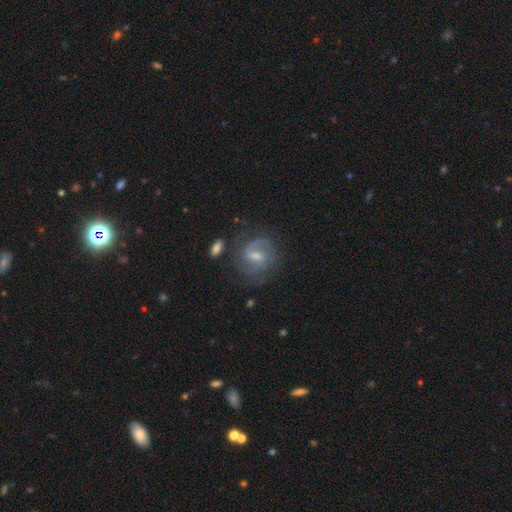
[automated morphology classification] This is likely a featured or disk galaxy (77%). It is clearly not viewed edge-on (97%). Bar: possibly weak (59%). Spiral arm pattern: clearly yes (90%). Spiral arm count: likely 2 (61%). Spiral winding: possibly medium (46%). Central bulge: possibly moderate (46%). Merging: likely none (65%).